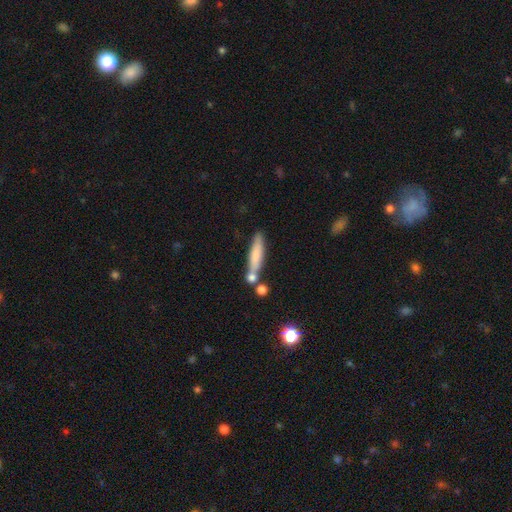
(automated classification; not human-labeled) smooth 72%, featured or disk 21%, star or artifact 7%. Down the decision tree: how rounded — cigar-shaped (82%); merging — none (61%).